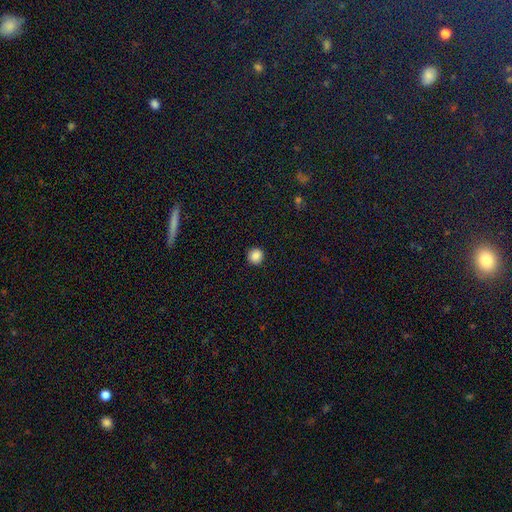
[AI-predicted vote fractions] smooth_or_featured: smooth (p=0.87) [alt: star or artifact p=0.10]
how_rounded: round (p=0.93) [alt: in between p=0.06]
merging: none (p=0.92) [alt: minor disturbance p=0.05]